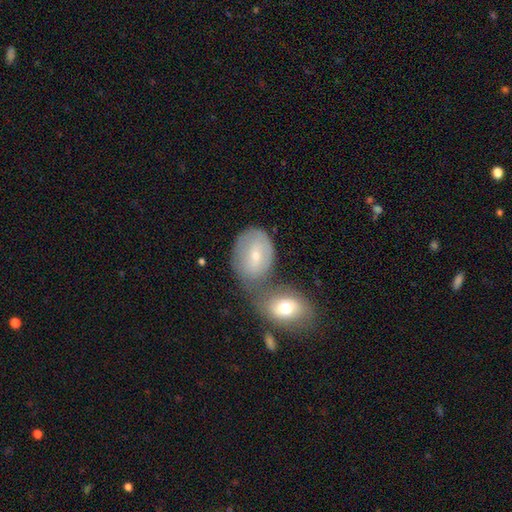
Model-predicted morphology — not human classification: A smooth galaxy with no disk features (54%) that is in between round and cigar-shaped (65%).

Vote fractions:
- Smooth or featured? smooth: 54% / featured or disk: 39% / star or artifact: 8%
- How rounded? in between: 65% / round: 33% / cigar-shaped: 1%
- Merging? merger: 45% / none: 35% / minor disturbance: 14% / major disturbance: 6%